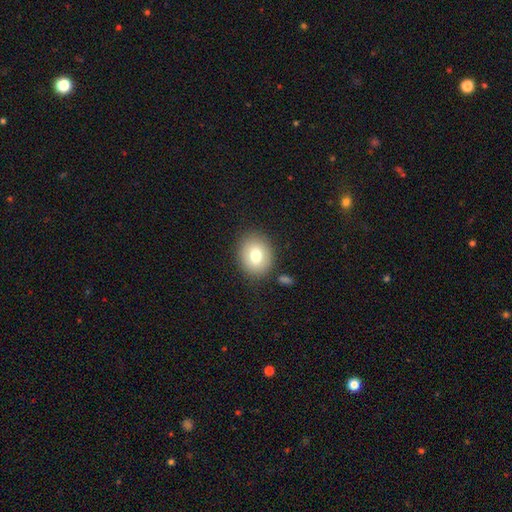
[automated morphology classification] type=smooth (76%); roundness=round (64%); merging=none (84%).